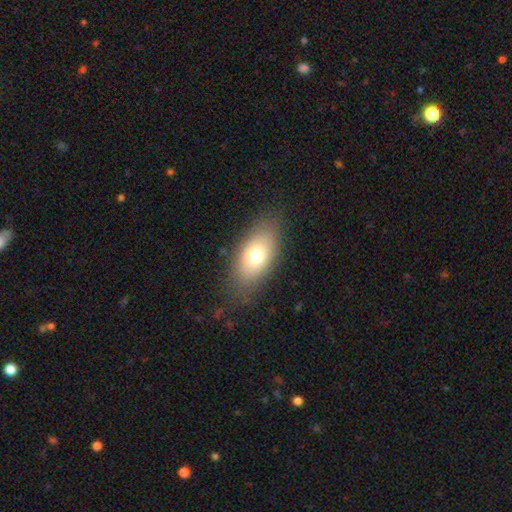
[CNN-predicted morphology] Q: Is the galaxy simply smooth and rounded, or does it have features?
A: smooth — 72%.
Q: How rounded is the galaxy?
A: in between — 88%.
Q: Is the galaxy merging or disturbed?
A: none — 79%.